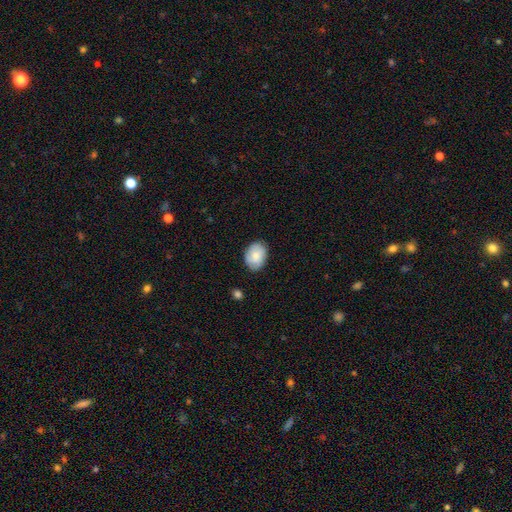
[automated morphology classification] Smooth or featured?
  - smooth: 72% *
  - featured or disk: 21%
  - star or artifact: 7%
How rounded?
  - in between: 73% *
  - round: 26%
  - cigar-shaped: 1%
Merging?
  - none: 80% *
  - minor disturbance: 16%
  - major disturbance: 3%
  - merger: 1%